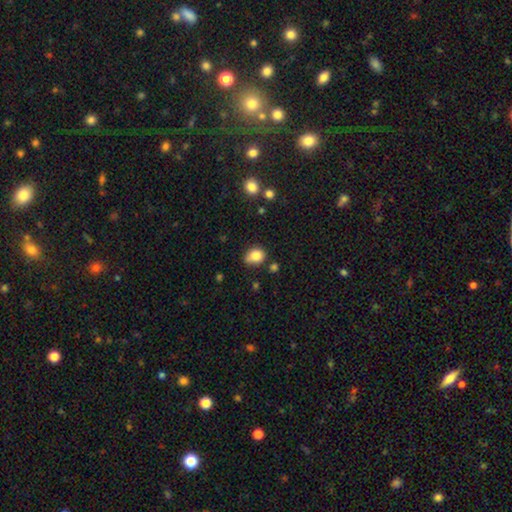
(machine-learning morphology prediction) Overall: smooth (82%). How rounded: round (62%; in between 37%). Merging: none (65%).